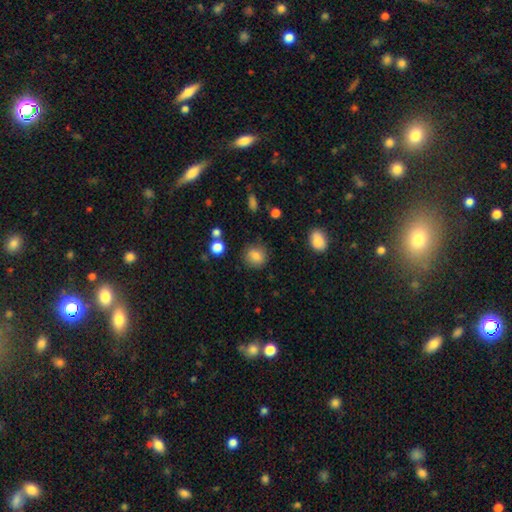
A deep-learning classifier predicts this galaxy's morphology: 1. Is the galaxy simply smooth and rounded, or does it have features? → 83% smooth, 10% star or artifact, 7% featured or disk.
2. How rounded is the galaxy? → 80% round, 19% in between, 1% cigar-shaped.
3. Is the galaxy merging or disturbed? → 83% none, 11% minor disturbance, 3% major disturbance, 2% merger.